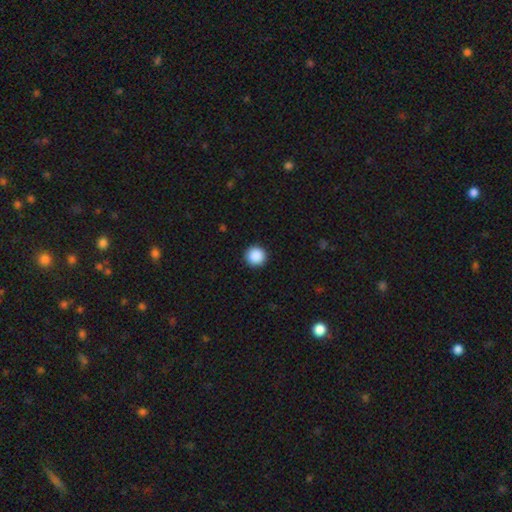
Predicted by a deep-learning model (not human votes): smooth_or_featured: smooth (p=0.89) [alt: star or artifact p=0.08]
how_rounded: round (p=0.96) [alt: in between p=0.03]
merging: none (p=0.92) [alt: minor disturbance p=0.05]